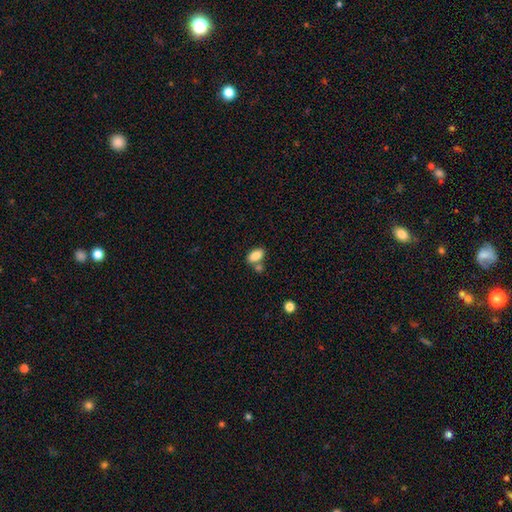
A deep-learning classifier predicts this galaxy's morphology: This appears to be a smooth galaxy with no disk features (85%) that is in between round and cigar-shaped (91%). Merging: none (60%).